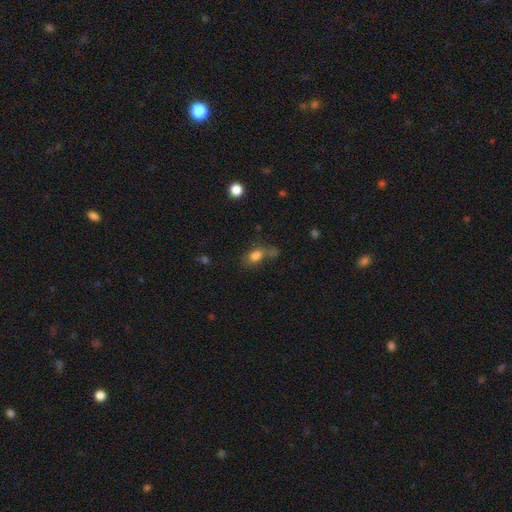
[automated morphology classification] Smooth or featured? Predicted: smooth (p=0.75). How rounded? Predicted: in between (p=0.70). Merging? Predicted: none (p=0.39).